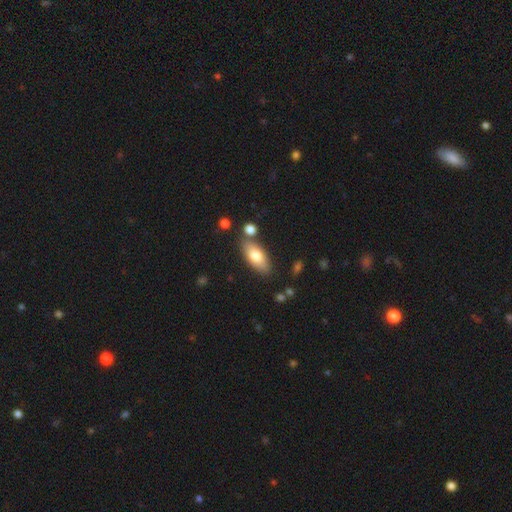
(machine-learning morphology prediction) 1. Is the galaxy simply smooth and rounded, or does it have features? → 74% smooth, 19% featured or disk, 6% star or artifact.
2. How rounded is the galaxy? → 83% in between, 15% cigar-shaped, 3% round.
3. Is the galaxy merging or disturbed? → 78% none, 12% minor disturbance, 8% merger, 3% major disturbance.